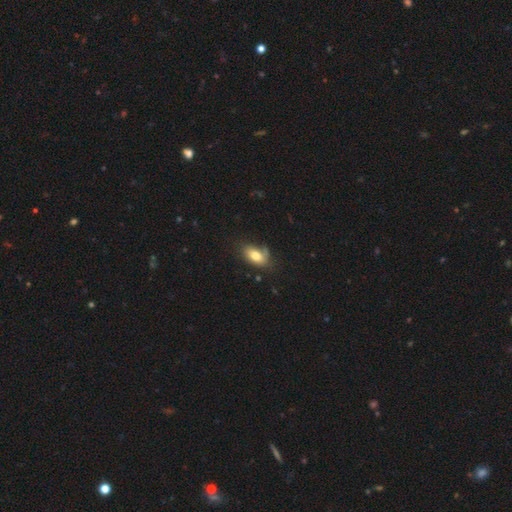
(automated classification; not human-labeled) Morphology: type=smooth (79%); roundness=in between (90%); merging=none (63%).